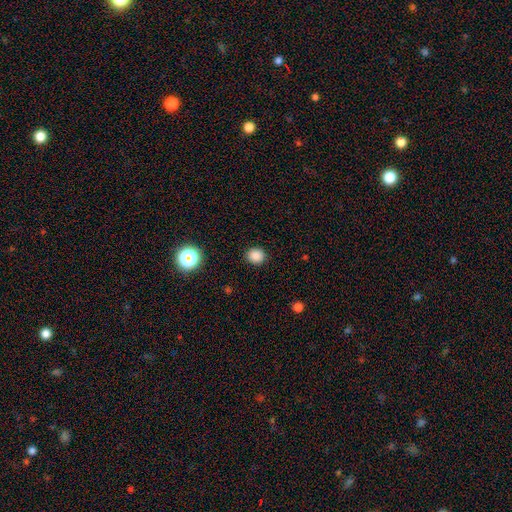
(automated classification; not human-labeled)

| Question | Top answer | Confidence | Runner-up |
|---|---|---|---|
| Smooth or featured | smooth | 84% | star or artifact (13%) |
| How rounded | round | 82% | in between (17%) |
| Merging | none | 90% | minor disturbance (7%) |